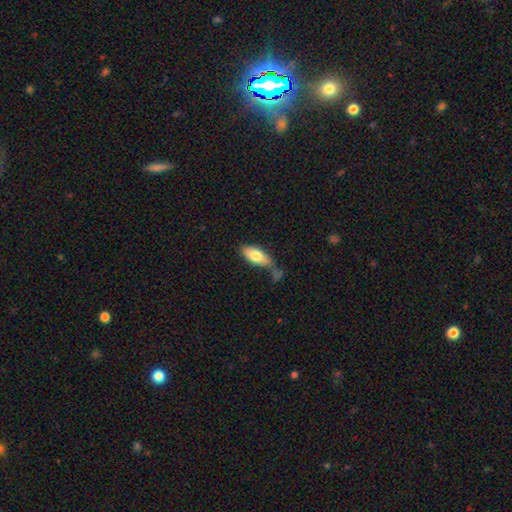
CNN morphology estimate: Smooth or featured?
  - smooth: 77% *
  - featured or disk: 17%
  - star or artifact: 6%
How rounded?
  - in between: 87% *
  - cigar-shaped: 10%
  - round: 3%
Merging?
  - none: 45% *
  - minor disturbance: 26%
  - merger: 16%
  - major disturbance: 13%